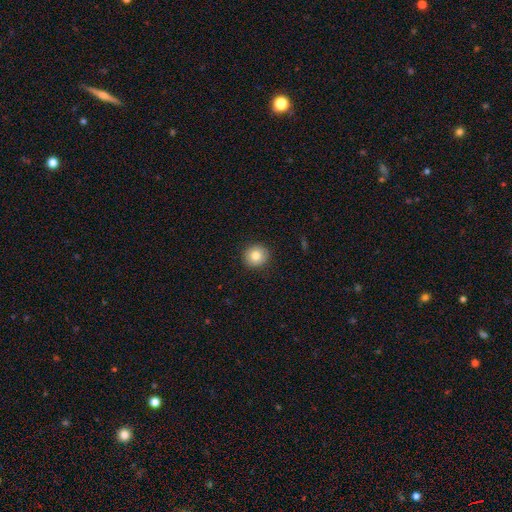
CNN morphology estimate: Smooth or featured? Predicted: smooth (p=0.81). How rounded? Predicted: round (p=0.92). Merging? Predicted: none (p=0.91).